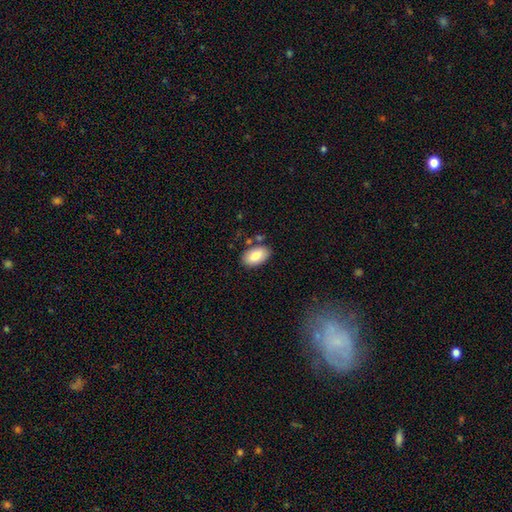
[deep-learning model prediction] smooth_or_featured: smooth (p=0.84) [alt: featured or disk p=0.10]
how_rounded: in between (p=0.94) [alt: round p=0.04]
merging: none (p=0.81) [alt: minor disturbance p=0.12]